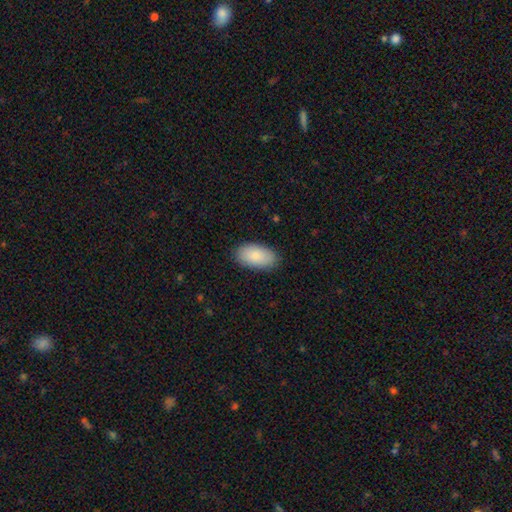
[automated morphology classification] Overall: smooth (85%). How rounded: in between (95%). Merging: none (86%).